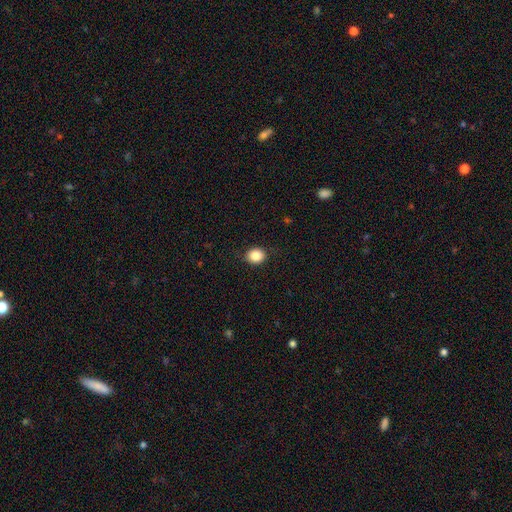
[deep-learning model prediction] Smooth or featured?
  - smooth: 86% *
  - star or artifact: 9%
  - featured or disk: 5%
How rounded?
  - round: 65% *
  - in between: 34%
  - cigar-shaped: 1%
Merging?
  - none: 87% *
  - minor disturbance: 10%
  - major disturbance: 2%
  - merger: 1%